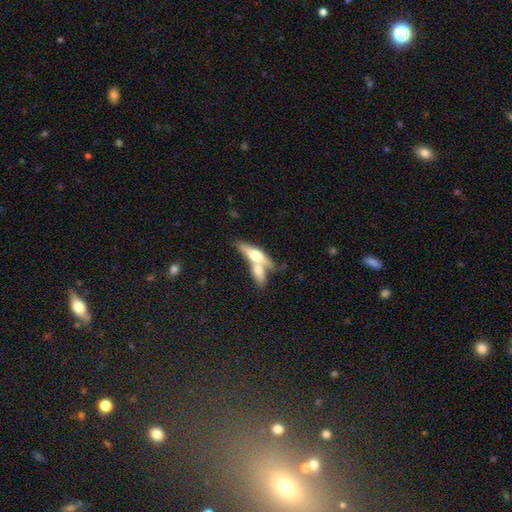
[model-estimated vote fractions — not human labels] This appears to be a featured or disk galaxy (50%). Merging: merger (53%).